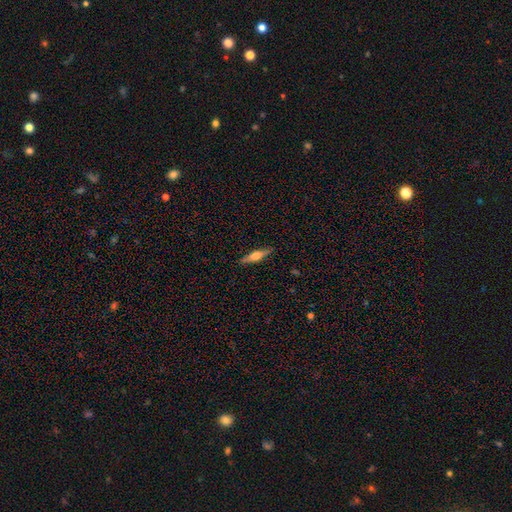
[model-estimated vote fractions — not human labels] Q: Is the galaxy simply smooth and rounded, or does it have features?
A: featured or disk — 55%.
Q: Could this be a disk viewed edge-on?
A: yes — 96%.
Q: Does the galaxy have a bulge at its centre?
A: rounded — 88%.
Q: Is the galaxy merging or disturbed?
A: none — 90%.